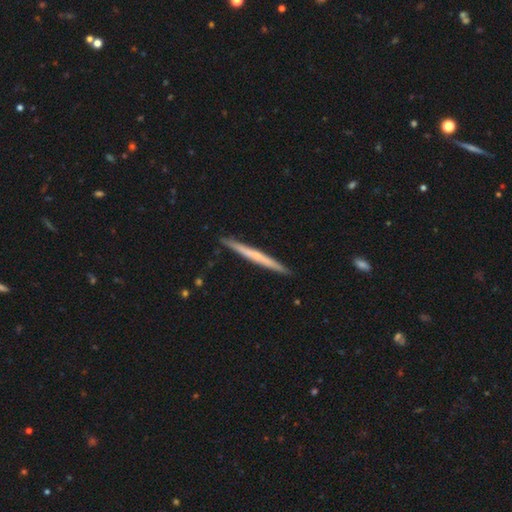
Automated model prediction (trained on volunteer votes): A featured or disk galaxy (50%).

Vote fractions:
- Smooth or featured? featured or disk: 50% / smooth: 44% / star or artifact: 6%
- Merging? none: 91% / minor disturbance: 6% / major disturbance: 1% / merger: 1%